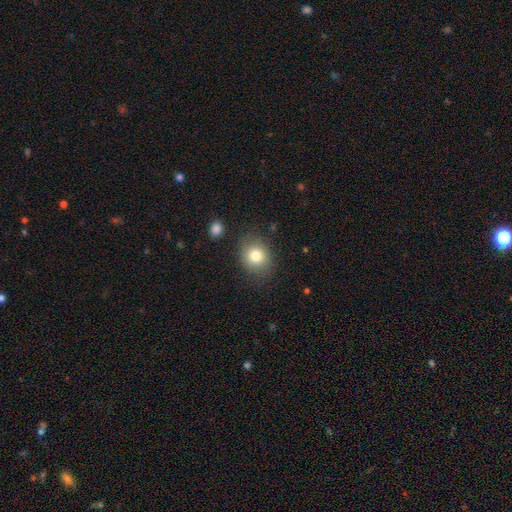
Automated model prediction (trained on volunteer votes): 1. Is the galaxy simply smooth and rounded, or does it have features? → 80% smooth, 10% star or artifact, 10% featured or disk.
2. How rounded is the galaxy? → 65% round, 34% in between, 1% cigar-shaped.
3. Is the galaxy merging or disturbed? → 81% none, 13% minor disturbance, 4% major disturbance, 2% merger.